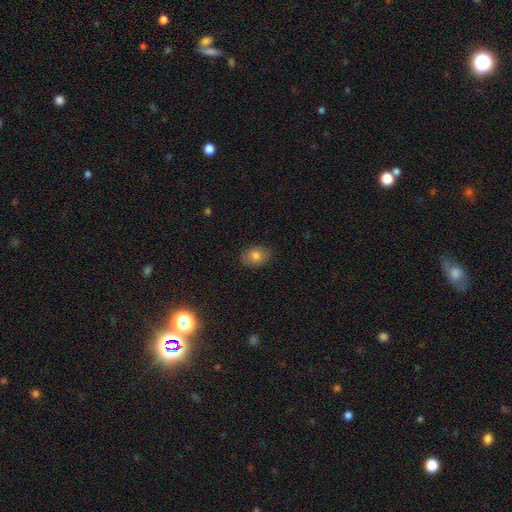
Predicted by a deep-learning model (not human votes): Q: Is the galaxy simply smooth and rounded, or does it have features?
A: smooth — 80%.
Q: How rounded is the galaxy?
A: in between — 69%.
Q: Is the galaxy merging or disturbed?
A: none — 85%.